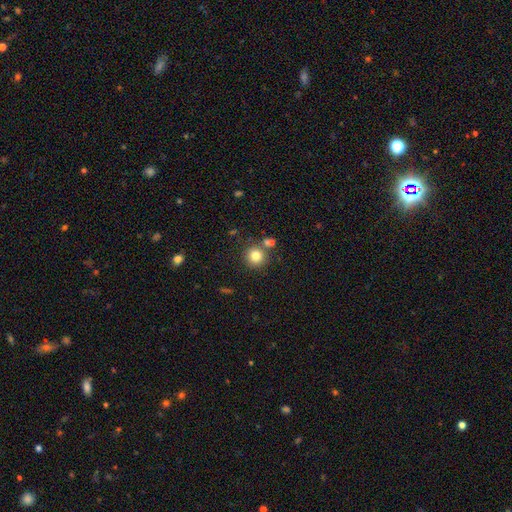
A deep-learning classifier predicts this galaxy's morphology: Q: Smooth or featured?
A: smooth (80%); runner-up: star or artifact (12%)
Q: How rounded?
A: round (92%); runner-up: in between (7%)
Q: Merging?
A: none (75%); runner-up: merger (13%)